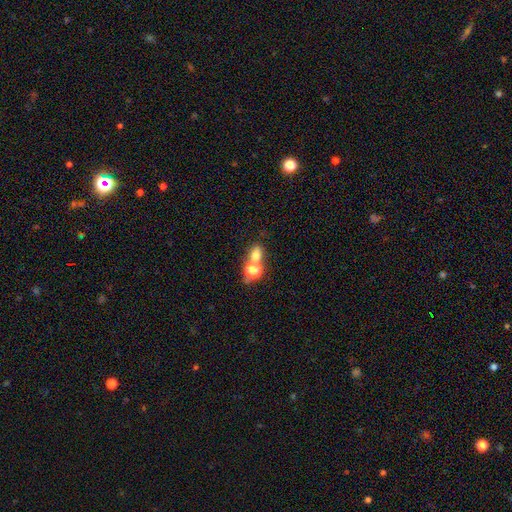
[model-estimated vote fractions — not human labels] A smooth galaxy with no disk features (70%) that is round (57%).

Vote fractions:
- Smooth or featured? smooth: 70% / star or artifact: 18% / featured or disk: 12%
- How rounded? round: 57% / in between: 42% / cigar-shaped: 2%
- Merging? merger: 48% / none: 41% / minor disturbance: 7% / major disturbance: 4%